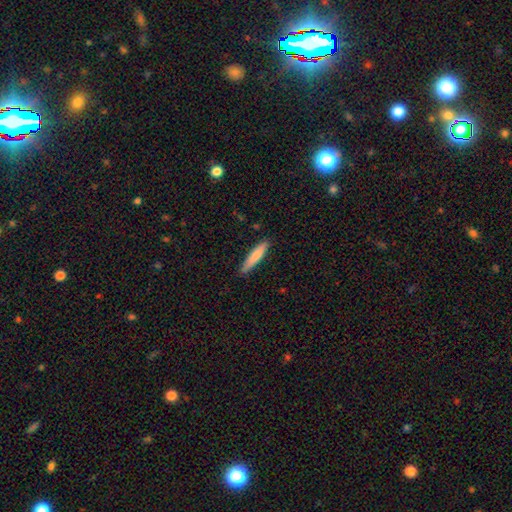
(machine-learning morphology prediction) Smooth or featured?
  - smooth: 79% *
  - featured or disk: 16%
  - star or artifact: 5%
How rounded?
  - cigar-shaped: 87% *
  - in between: 12%
  - round: 1%
Merging?
  - none: 87% *
  - minor disturbance: 11%
  - major disturbance: 2%
  - merger: 1%